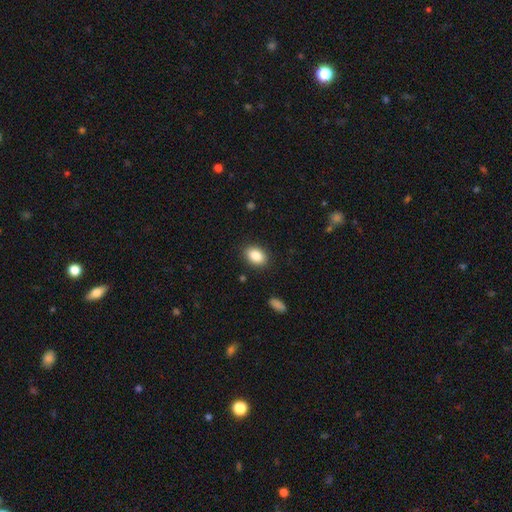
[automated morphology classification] This appears to be a smooth galaxy with no disk features (86%) that is in between round and cigar-shaped (79%). Merging: none (88%).